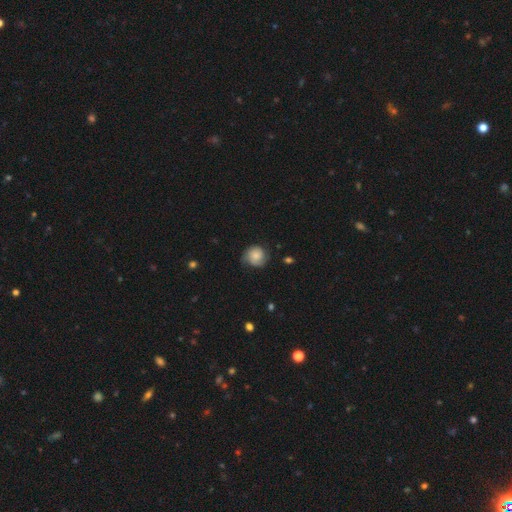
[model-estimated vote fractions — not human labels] Q: Smooth or featured?
A: smooth (56%); runner-up: featured or disk (36%)
Q: How rounded?
A: round (83%); runner-up: in between (16%)
Q: Merging?
A: none (64%); runner-up: minor disturbance (26%)